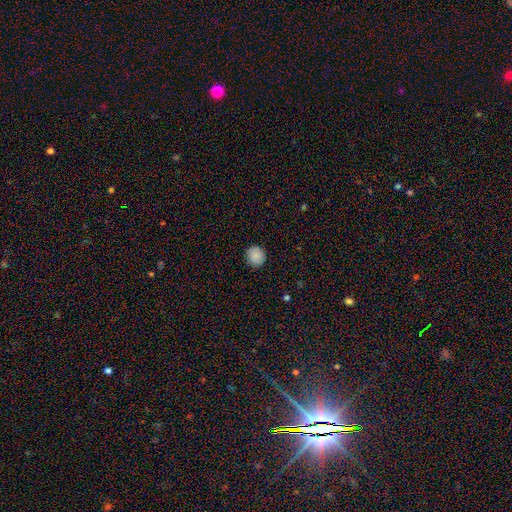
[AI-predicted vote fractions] Smooth or featured? Predicted: smooth (p=0.88). How rounded? Predicted: round (p=0.89). Merging? Predicted: none (p=0.90).